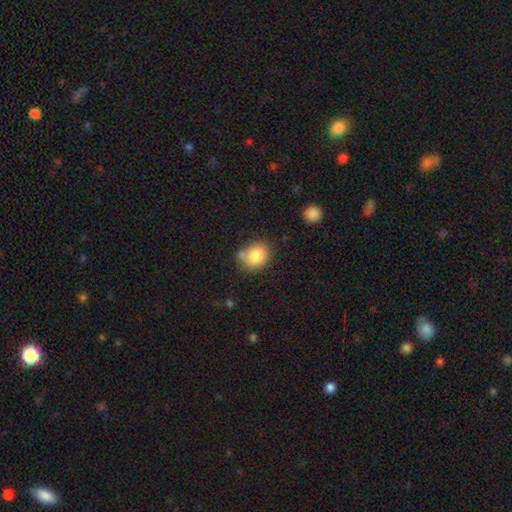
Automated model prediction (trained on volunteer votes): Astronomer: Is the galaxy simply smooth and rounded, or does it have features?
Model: smooth — 82%.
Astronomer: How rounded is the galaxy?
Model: round — 53% (runner-up: in between, 46%).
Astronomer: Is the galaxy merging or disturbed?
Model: none — 65%.